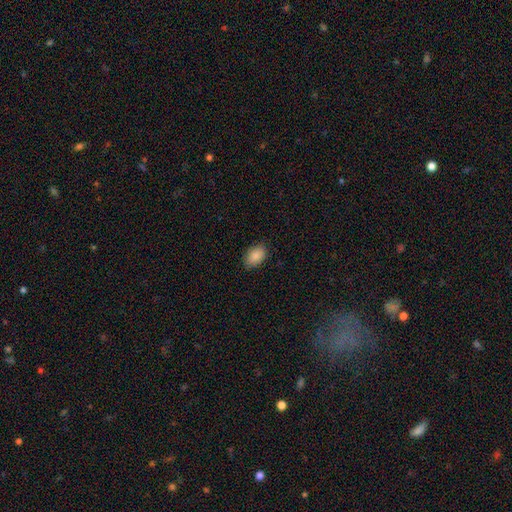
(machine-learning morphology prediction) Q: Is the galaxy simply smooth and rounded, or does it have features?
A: smooth — 88%.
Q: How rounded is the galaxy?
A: in between — 90%.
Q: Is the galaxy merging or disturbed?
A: none — 86%.